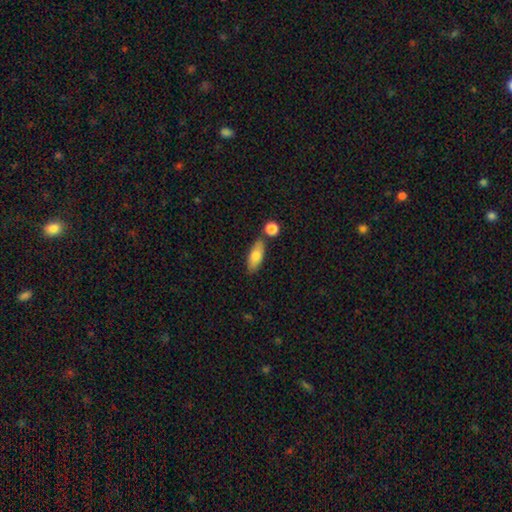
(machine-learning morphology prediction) Smooth or featured: smooth — 75% (featured or disk — 18%)
How rounded: in between — 74% (cigar-shaped — 22%)
Merging: none — 71% (minor disturbance — 13%)